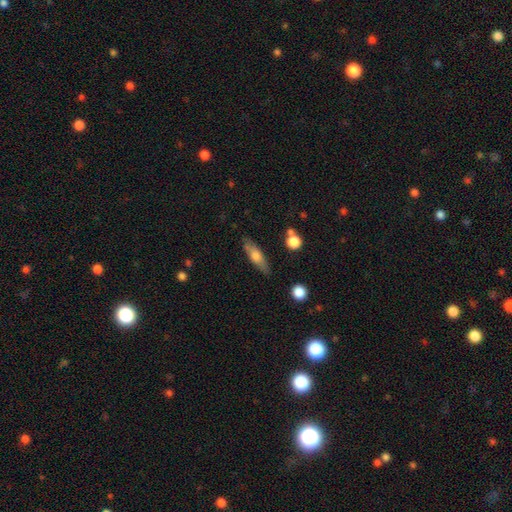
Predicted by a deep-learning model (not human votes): Morphology: type=smooth (58%); roundness=cigar-shaped (54%); merging=none (80%).